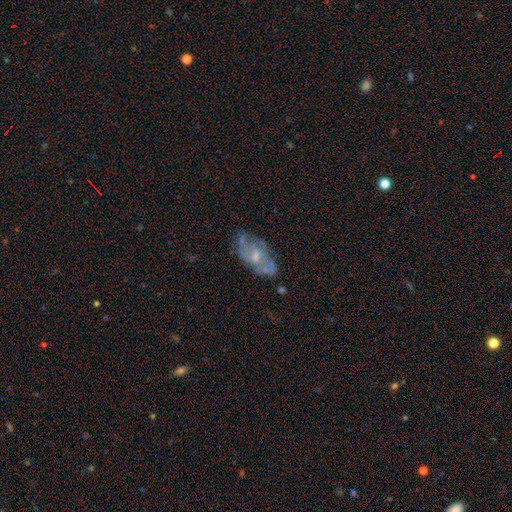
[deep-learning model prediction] smooth-or-featured: featured or disk: 64% | smooth: 28% | star or artifact: 8%
  disk-edge-on: no: 93% | yes: 7%
    bar: no: 58% | weak: 36% | strong: 7%
    has-spiral-arms: yes: 53% | no: 47%
    bulge-size: moderate: 42% | small: 39% | none: 14% | large: 4% | dominant: 1%
  merging: none: 58% | minor disturbance: 24% | major disturbance: 13% | merger: 5%